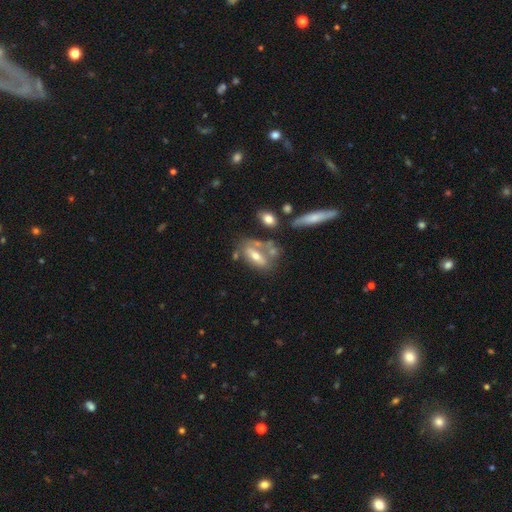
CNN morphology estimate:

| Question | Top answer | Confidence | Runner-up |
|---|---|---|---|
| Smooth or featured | smooth | 51% | featured or disk (41%) |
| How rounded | in between | 70% | cigar-shaped (25%) |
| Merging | none | 44% | merger (24%) |